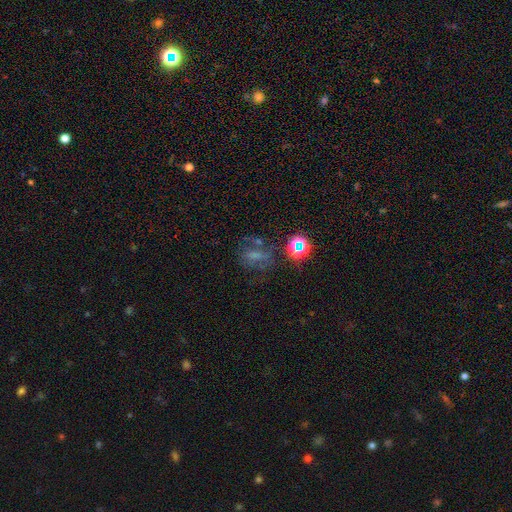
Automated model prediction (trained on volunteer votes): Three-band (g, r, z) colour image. It shows a smooth galaxy with no disk features (38%). Merging: none (52%).